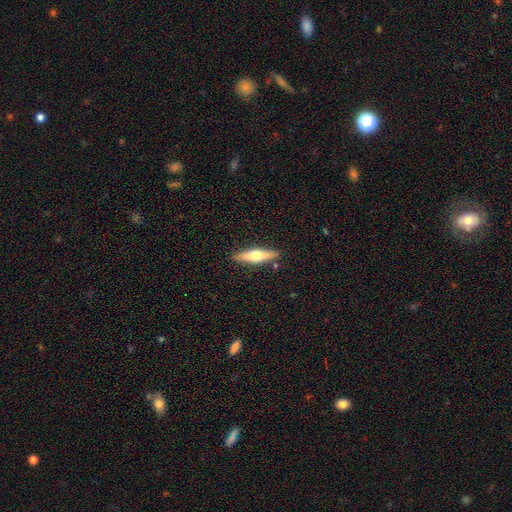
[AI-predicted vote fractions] A featured or disk galaxy (52%) viewed edge-on (94%). Merging: none (87%).